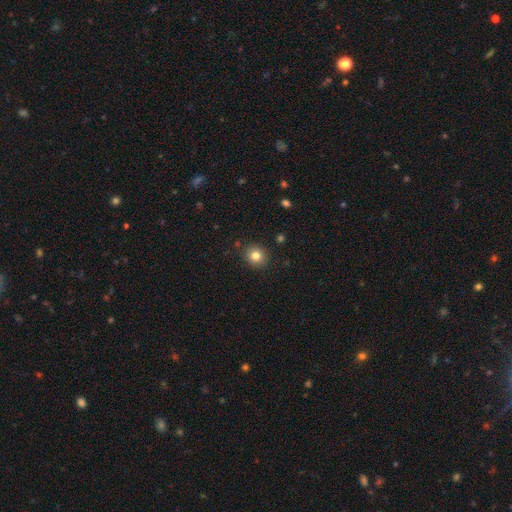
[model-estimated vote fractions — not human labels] Q: Smooth or featured?
A: smooth (81%); runner-up: star or artifact (12%)
Q: How rounded?
A: round (87%); runner-up: in between (12%)
Q: Merging?
A: none (90%); runner-up: minor disturbance (7%)